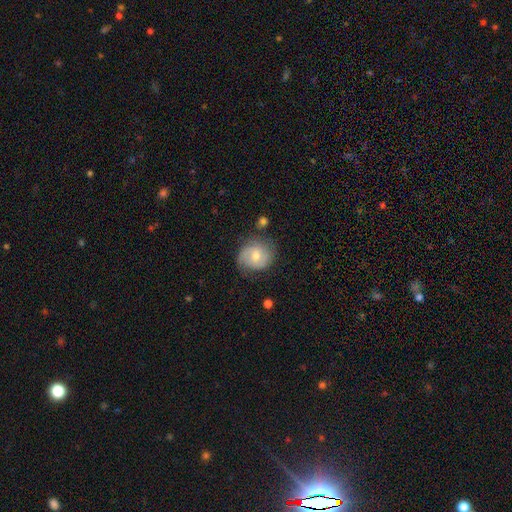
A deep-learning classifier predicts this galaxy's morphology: Overall: smooth (49%; featured or disk 44%). Merging: none (68%).